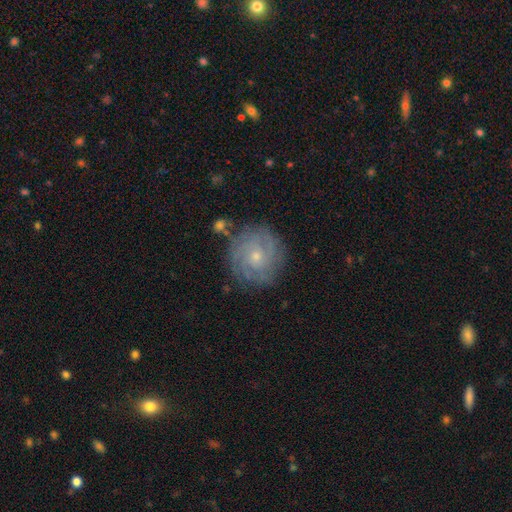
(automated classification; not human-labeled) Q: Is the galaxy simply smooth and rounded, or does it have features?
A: featured or disk — 79%.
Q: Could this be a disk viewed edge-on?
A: no — 98%.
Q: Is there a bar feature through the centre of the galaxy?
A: no — 72%.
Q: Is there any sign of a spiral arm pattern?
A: yes — 95%.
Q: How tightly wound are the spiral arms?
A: tight — 75%.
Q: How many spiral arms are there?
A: can't tell — 28%.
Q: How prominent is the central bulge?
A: small — 67%.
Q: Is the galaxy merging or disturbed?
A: none — 81%.